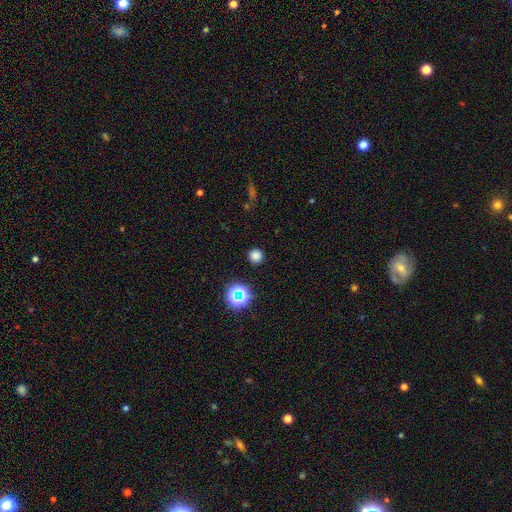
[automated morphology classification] type=smooth (76%); roundness=round (95%); merging=none (91%).